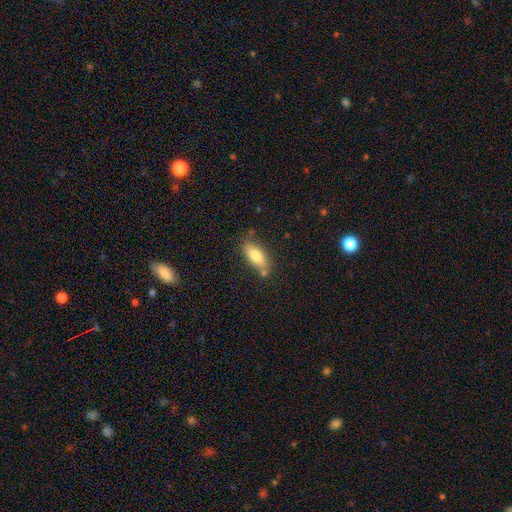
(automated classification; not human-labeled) Overall: smooth (77%). How rounded: in between (80%). Merging: none (72%).